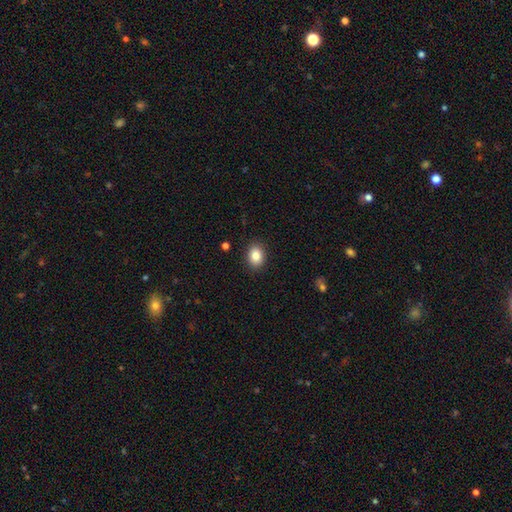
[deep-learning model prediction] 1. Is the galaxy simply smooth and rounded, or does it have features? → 86% smooth, 8% star or artifact, 6% featured or disk.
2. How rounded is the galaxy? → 69% in between, 30% round, 1% cigar-shaped.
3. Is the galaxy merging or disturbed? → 90% none, 7% minor disturbance, 2% major disturbance, 1% merger.